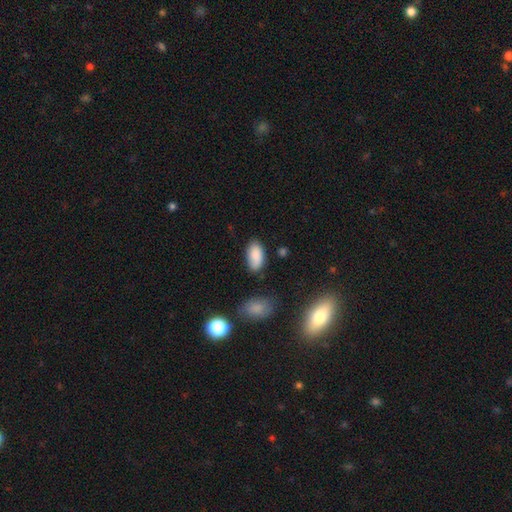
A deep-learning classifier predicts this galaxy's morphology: A smooth galaxy with no disk features (86%) that is in between round and cigar-shaped (94%). Merging: none (75%).